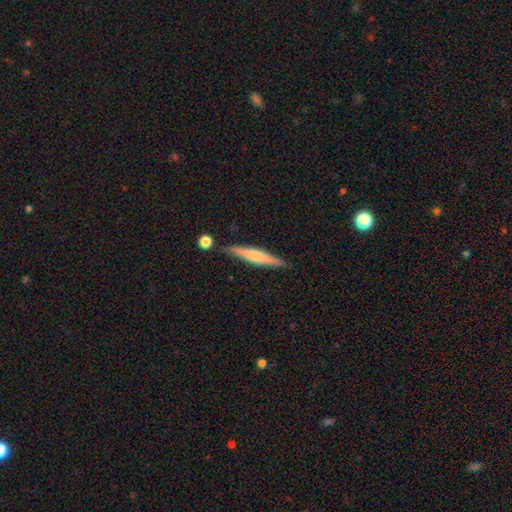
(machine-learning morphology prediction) Smooth or featured: smooth — 49% (featured or disk — 45%)
Merging: none — 82% (minor disturbance — 11%)